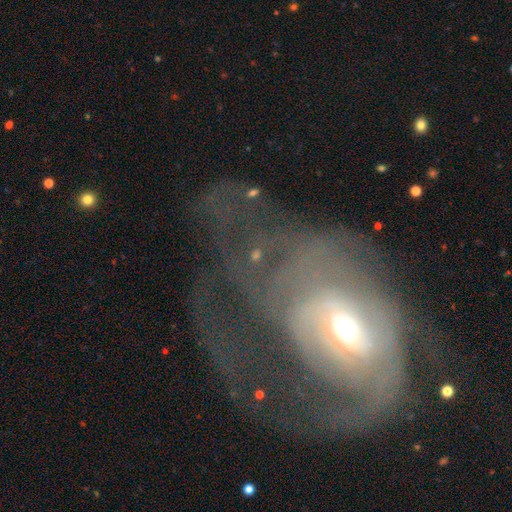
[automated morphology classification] type=featured or disk (68%); edge-on=no (94%); bar=no (52%); spiral arms=yes (58%); bulge=moderate (53%); merging=major disturbance (53%).